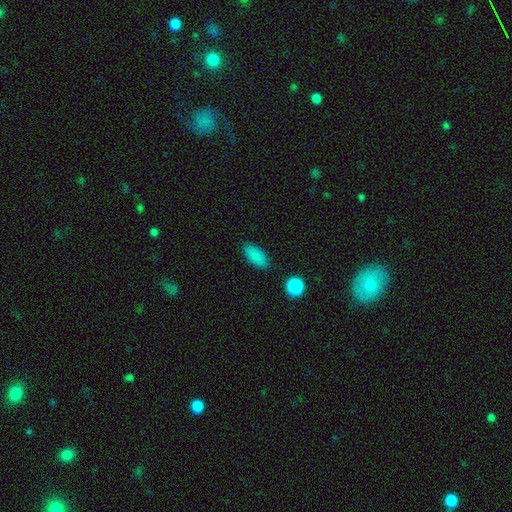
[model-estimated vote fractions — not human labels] This appears to be a smooth galaxy with no disk features (86%) that is in between round and cigar-shaped (89%). Merging: none (85%).